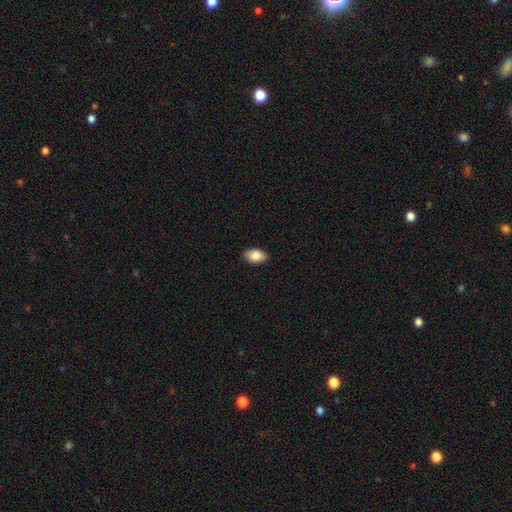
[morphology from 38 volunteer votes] smooth-or-featured: smooth: 89% | featured or disk: 8% | star or artifact: 3%
  how-rounded: in between: 85% | round: 15% | cigar-shaped: 0%
  merging: none: 92% | minor disturbance: 8% | major disturbance: 0% | merger: 0%